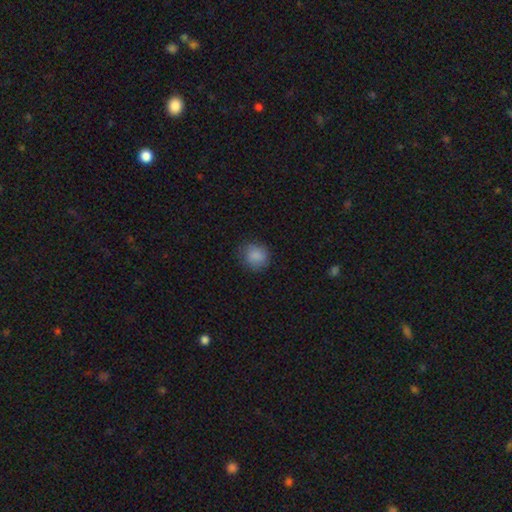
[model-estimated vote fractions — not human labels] The model was most divided on "how rounded": round: 81%, in between: 18%, cigar-shaped: 1%. More confident: smooth or featured — smooth (86%); merging — none (80%).